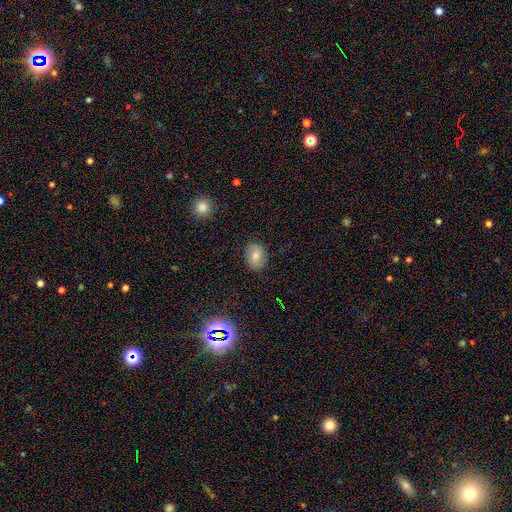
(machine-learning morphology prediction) smooth 78%, featured or disk 11%, star or artifact 11%. Down the decision tree: how rounded — in between (70%); merging — none (85%).